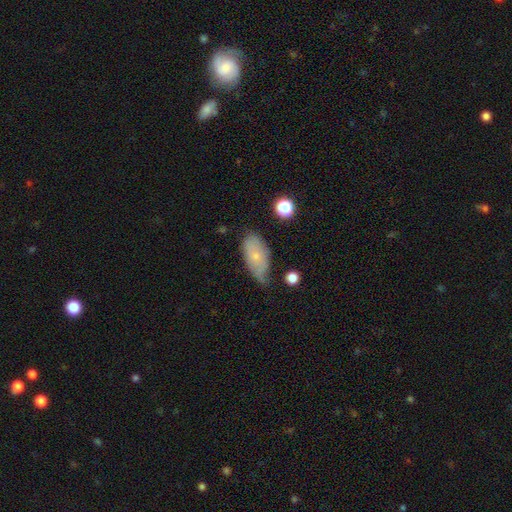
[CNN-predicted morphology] The model was most divided on "merging": none: 47%, minor disturbance: 40%, major disturbance: 11%, merger: 3%. More confident: how rounded — in between (91%); smooth or featured — smooth (63%).